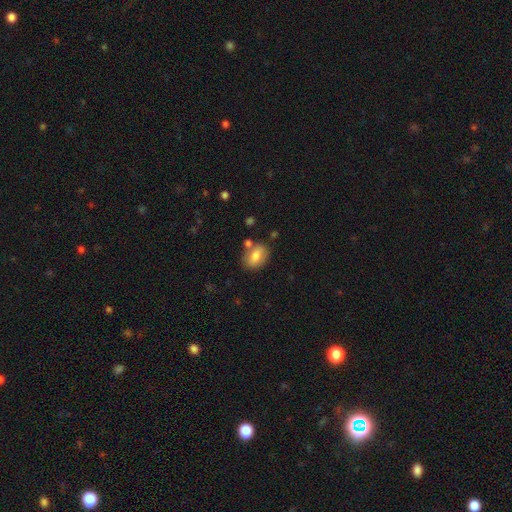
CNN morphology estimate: Smooth or featured: smooth — 78% (featured or disk — 14%)
How rounded: in between — 75% (round — 23%)
Merging: none — 74% (minor disturbance — 14%)